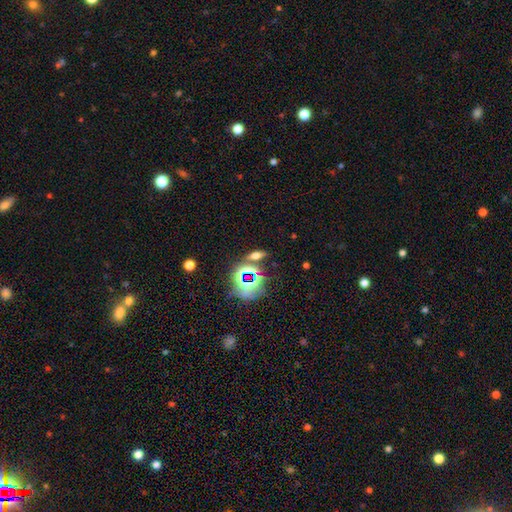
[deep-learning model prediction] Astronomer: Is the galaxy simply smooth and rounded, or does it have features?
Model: smooth — 42% (runner-up: star or artifact, 36%).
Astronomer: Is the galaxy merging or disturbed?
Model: none — 77%.